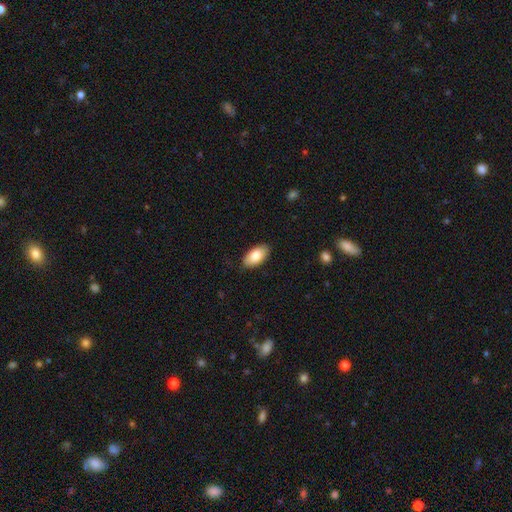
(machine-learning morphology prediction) A smooth galaxy with no disk features (83%) that is in between round and cigar-shaped (94%). Merging: none (85%).